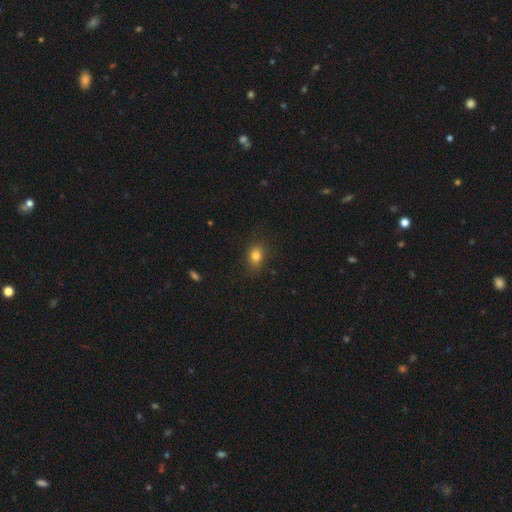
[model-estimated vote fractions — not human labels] Smooth or featured?
  - smooth: 81% *
  - star or artifact: 11%
  - featured or disk: 8%
How rounded?
  - in between: 65% *
  - round: 33%
  - cigar-shaped: 2%
Merging?
  - none: 78% *
  - minor disturbance: 16%
  - major disturbance: 4%
  - merger: 1%